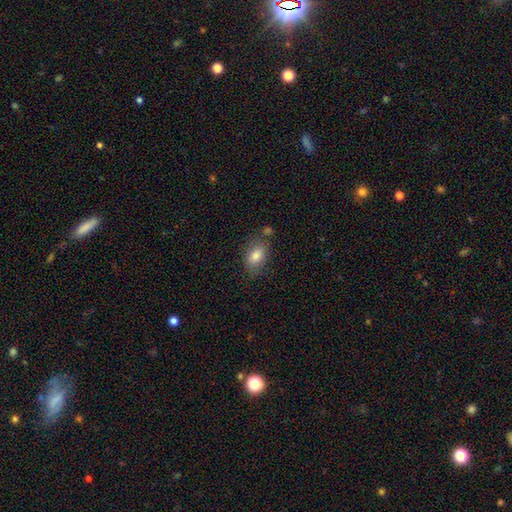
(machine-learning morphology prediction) Overall: smooth (81%). How rounded: in between (84%). Merging: none (72%).